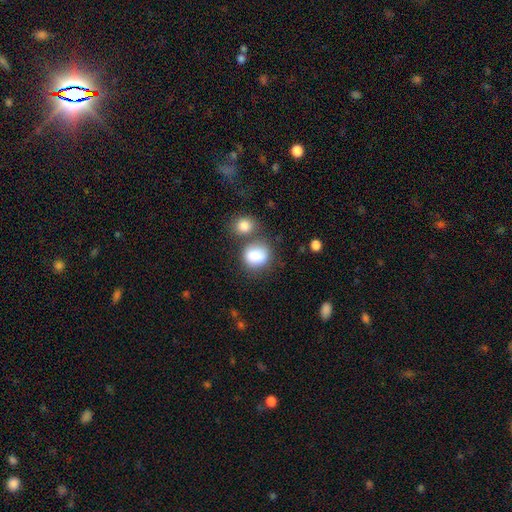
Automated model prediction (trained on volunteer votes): Smooth or featured? smooth (85%)
How rounded? round (66%)
Merging? none (55%)